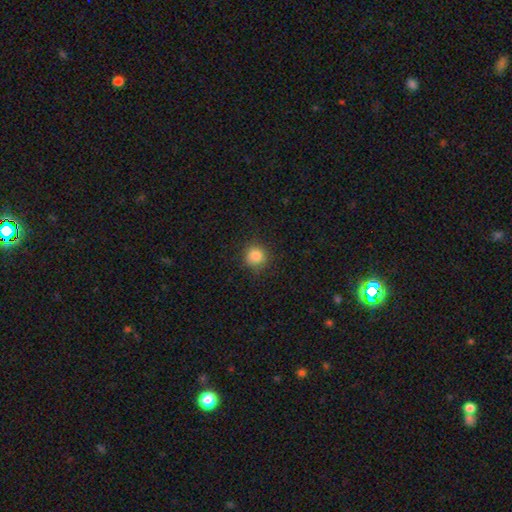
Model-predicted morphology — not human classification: Smooth or featured? Predicted: smooth (p=0.84). How rounded? Predicted: round (p=0.92). Merging? Predicted: none (p=0.87).